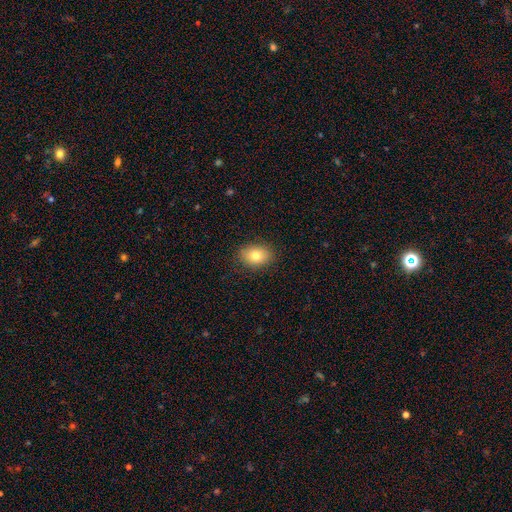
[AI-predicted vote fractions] Smooth or featured: smooth — 78% (featured or disk — 12%)
How rounded: in between — 72% (round — 27%)
Merging: none — 87% (minor disturbance — 9%)